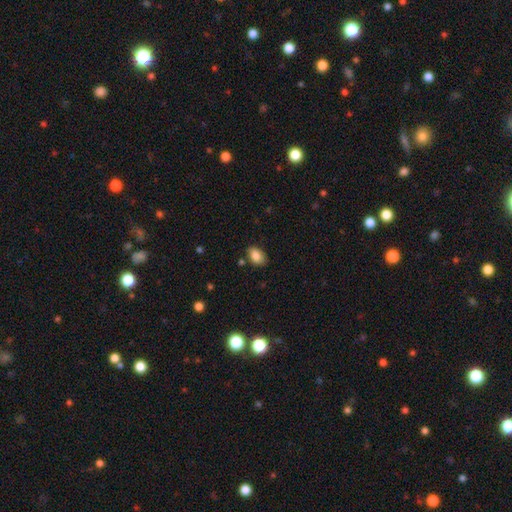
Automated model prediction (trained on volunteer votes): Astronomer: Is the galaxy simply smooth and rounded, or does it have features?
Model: smooth — 85%.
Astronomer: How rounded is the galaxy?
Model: in between — 86%.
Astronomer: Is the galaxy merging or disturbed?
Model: none — 78%.